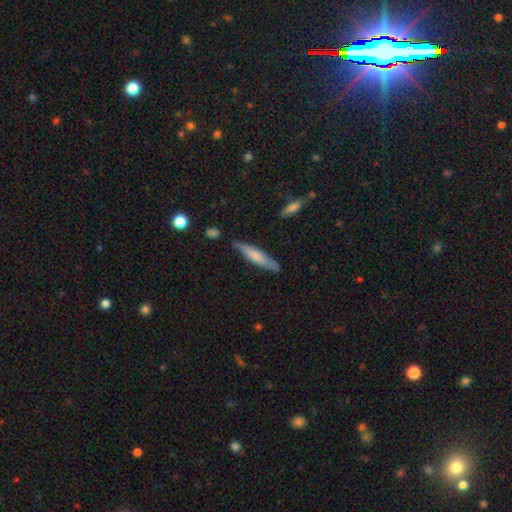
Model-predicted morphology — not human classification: Overall: smooth (59%; featured or disk 36%). How rounded: cigar-shaped (85%). Merging: none (79%).